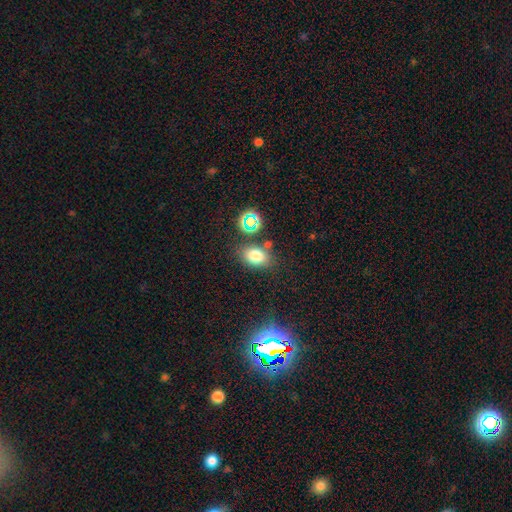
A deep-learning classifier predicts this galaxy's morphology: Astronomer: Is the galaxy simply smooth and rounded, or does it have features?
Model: smooth — 74%.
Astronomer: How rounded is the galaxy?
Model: in between — 73%.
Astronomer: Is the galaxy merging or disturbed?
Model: none — 73%.